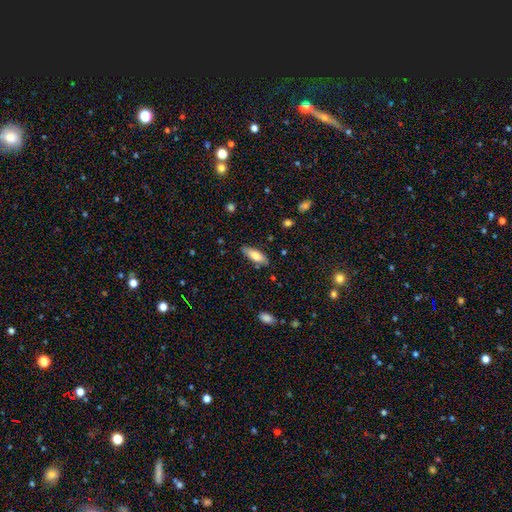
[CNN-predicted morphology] A smooth galaxy with no disk features (72%) that is in between round and cigar-shaped (63%). Merging: none (82%).